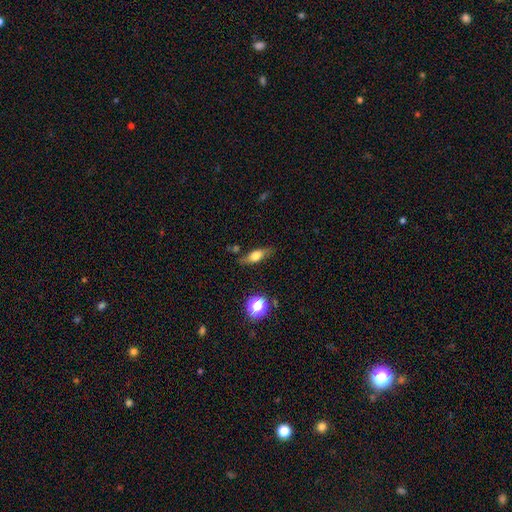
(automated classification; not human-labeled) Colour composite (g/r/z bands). It shows a smooth galaxy with no disk features (57%) that is in between round and cigar-shaped (59%). Merging: none (76%).